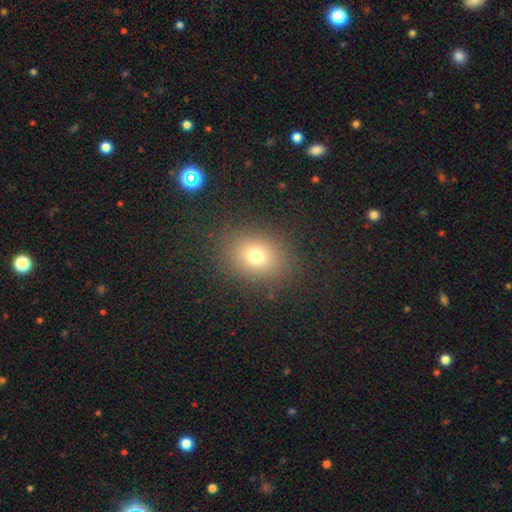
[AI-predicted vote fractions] A smooth galaxy with no disk features (74%) that is in between round and cigar-shaped (51%). Merging: none (85%).